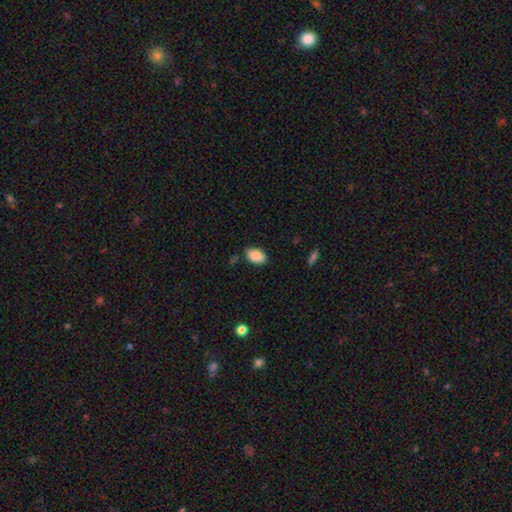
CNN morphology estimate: Smooth or featured? Predicted: smooth (p=0.88). How rounded? Predicted: in between (p=0.90). Merging? Predicted: none (p=0.81).